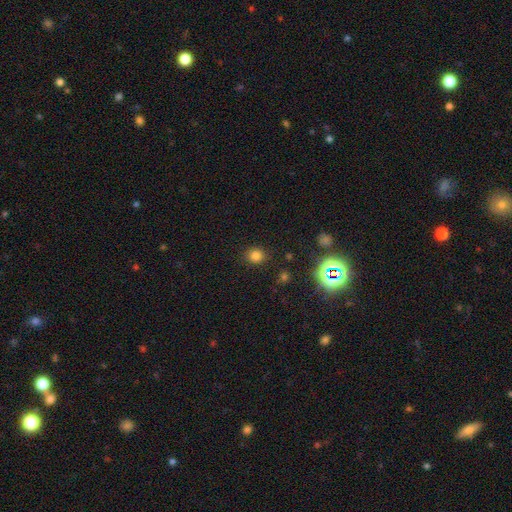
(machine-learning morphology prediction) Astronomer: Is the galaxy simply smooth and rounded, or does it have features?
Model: smooth — 79%.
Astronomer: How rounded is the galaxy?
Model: round — 77%.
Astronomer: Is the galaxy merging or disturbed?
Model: none — 86%.